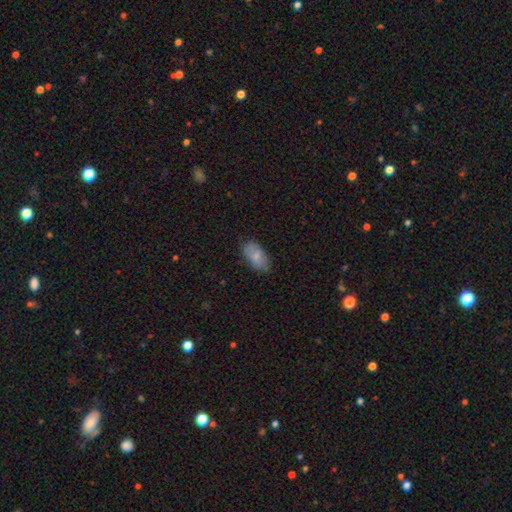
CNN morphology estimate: Q: Smooth or featured?
A: smooth (77%); runner-up: featured or disk (16%)
Q: How rounded?
A: in between (94%); runner-up: round (3%)
Q: Merging?
A: none (71%); runner-up: minor disturbance (23%)